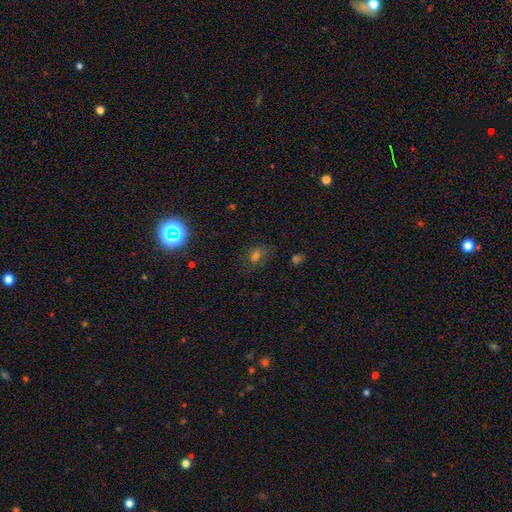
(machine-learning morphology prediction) The model was most divided on "how rounded": in between: 51%, round: 47%, cigar-shaped: 2%. More confident: merging — none (70%); smooth or featured — smooth (58%).